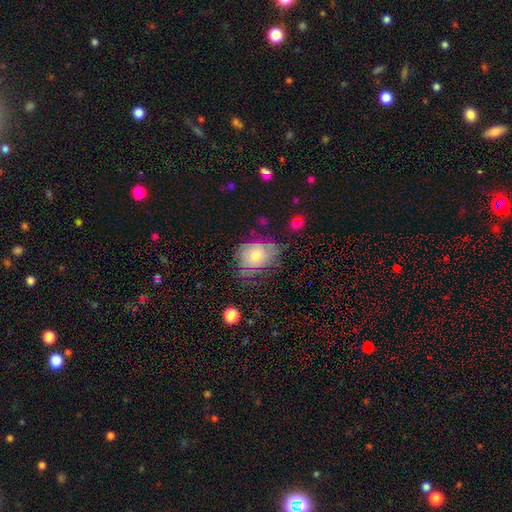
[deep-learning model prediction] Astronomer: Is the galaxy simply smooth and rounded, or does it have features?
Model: smooth — 60%.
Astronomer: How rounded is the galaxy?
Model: in between — 50% (runner-up: round, 49%).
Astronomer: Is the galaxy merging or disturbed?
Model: none — 50% (runner-up: minor disturbance, 33%).